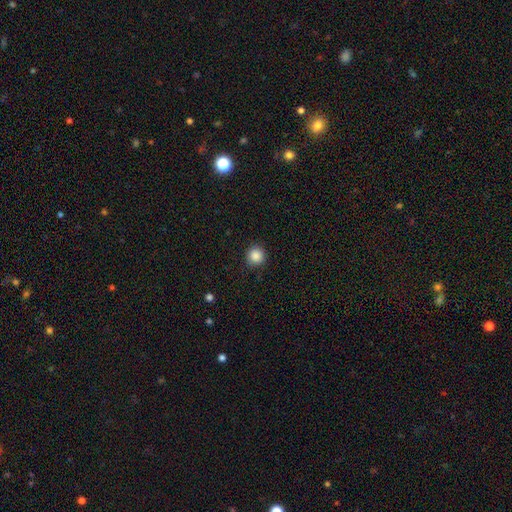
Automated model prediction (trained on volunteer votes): Overall: smooth (87%). How rounded: round (94%). Merging: none (90%).